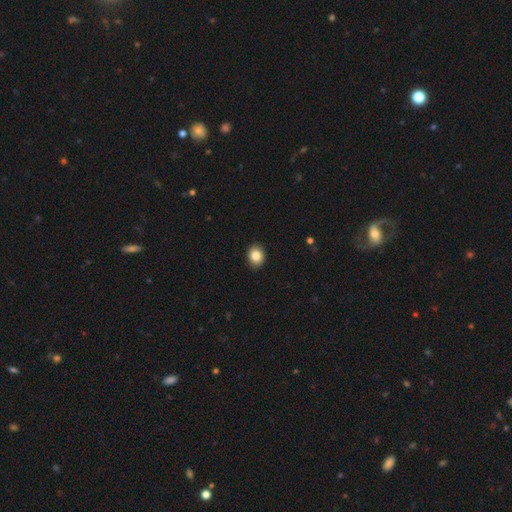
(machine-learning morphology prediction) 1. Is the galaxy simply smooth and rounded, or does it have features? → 85% smooth, 9% star or artifact, 6% featured or disk.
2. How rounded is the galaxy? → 56% round, 43% in between, 1% cigar-shaped.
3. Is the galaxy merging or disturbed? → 89% none, 8% minor disturbance, 2% major disturbance, 1% merger.